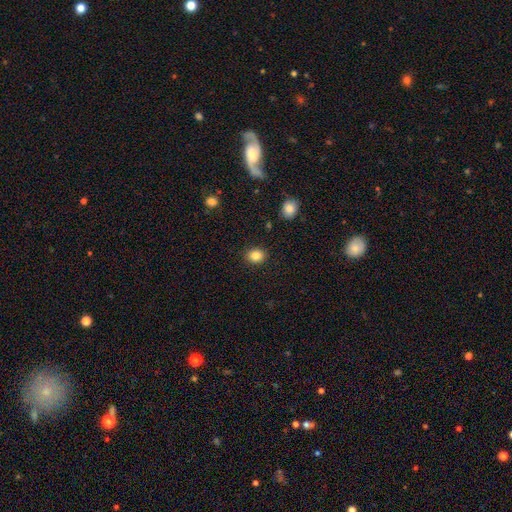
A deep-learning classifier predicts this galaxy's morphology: smooth 85%, star or artifact 10%, featured or disk 5%. Down the decision tree: how rounded — round (62%); merging — none (90%).